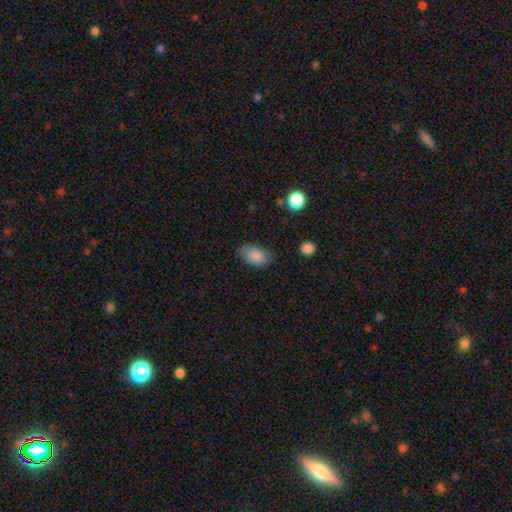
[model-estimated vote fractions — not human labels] Smooth or featured: smooth — 86% (star or artifact — 8%)
How rounded: in between — 91% (round — 7%)
Merging: none — 71% (minor disturbance — 22%)